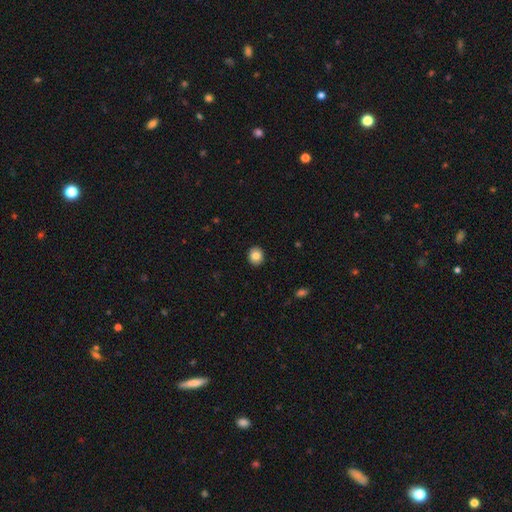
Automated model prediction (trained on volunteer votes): This is clearly a smooth galaxy (84%). How rounded: likely round (74%). Merging: clearly none (92%).